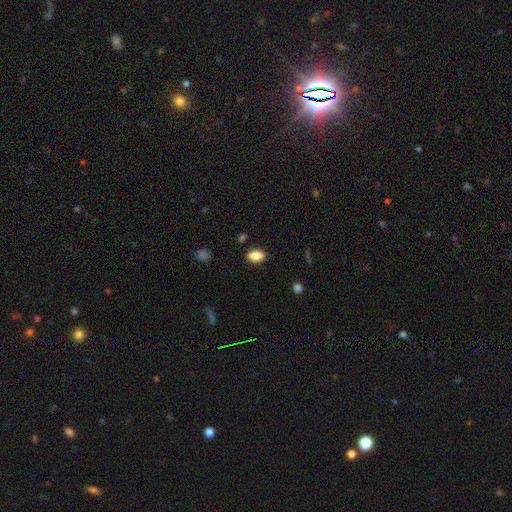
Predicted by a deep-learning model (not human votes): Smooth or featured?
  - smooth: 83% *
  - featured or disk: 8%
  - star or artifact: 8%
How rounded?
  - in between: 89% *
  - round: 8%
  - cigar-shaped: 3%
Merging?
  - none: 86% *
  - minor disturbance: 10%
  - major disturbance: 2%
  - merger: 1%